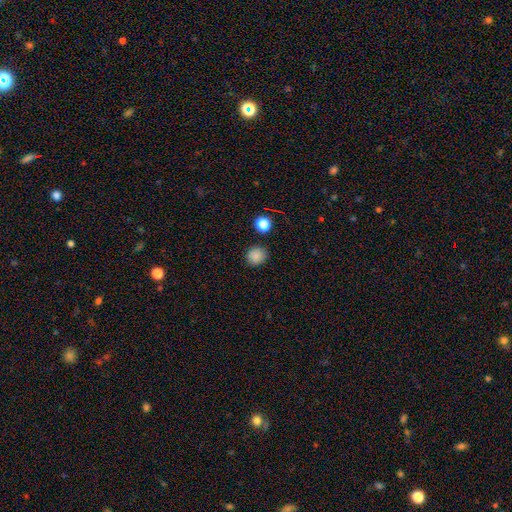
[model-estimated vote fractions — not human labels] This is clearly a smooth galaxy (85%). How rounded: clearly round (87%). Merging: clearly none (87%).